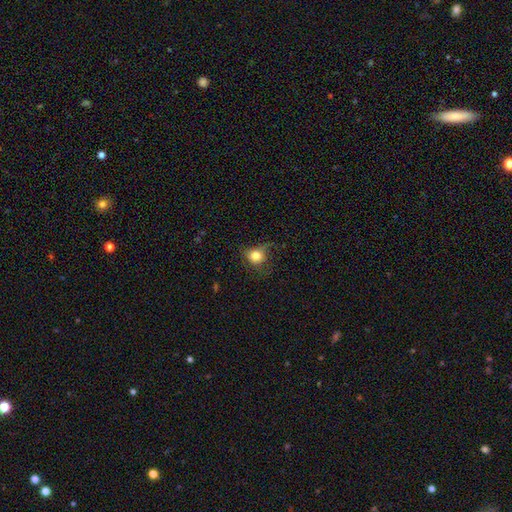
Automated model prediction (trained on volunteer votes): The model was most divided on "merging": none: 52%, minor disturbance: 27%, major disturbance: 20%, merger: 2%. More confident: smooth or featured — smooth (79%); how rounded — round (76%).